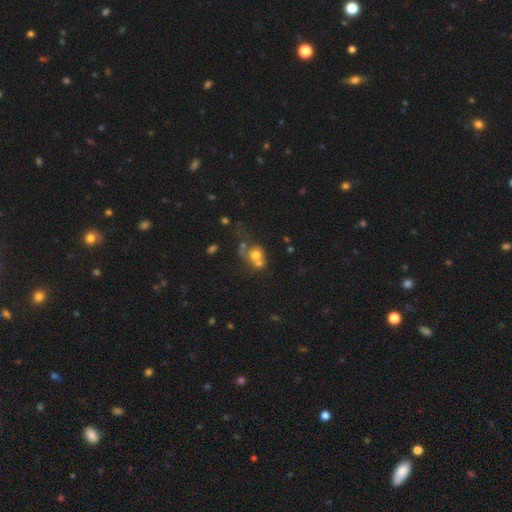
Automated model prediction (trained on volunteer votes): This is likely a smooth galaxy (64%). How rounded: likely round (70%). Merging: possibly merger (58%).